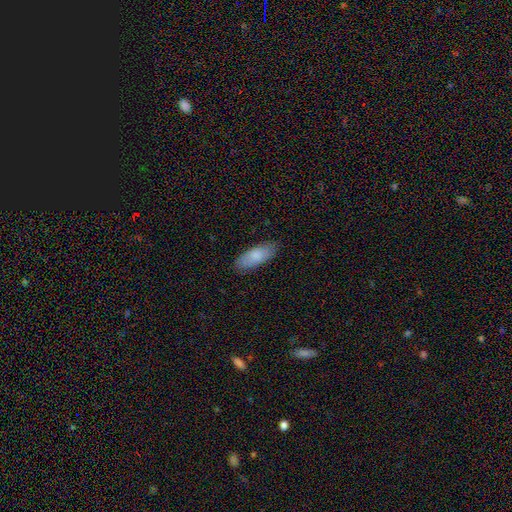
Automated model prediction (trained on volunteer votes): This appears to be a smooth galaxy with no disk features (84%) that is in between round and cigar-shaped (75%). Merging: none (85%).